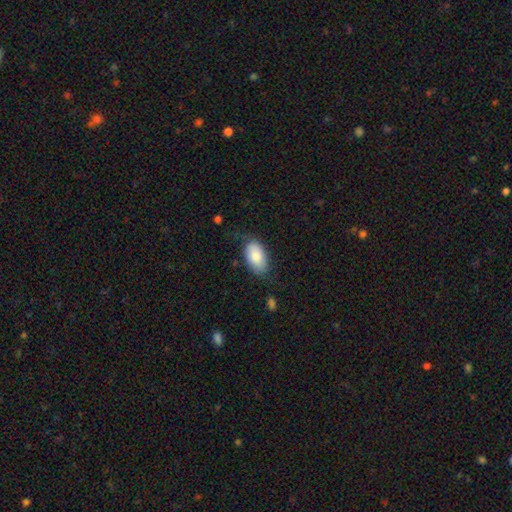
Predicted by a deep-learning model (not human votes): Smooth or featured?
  - smooth: 81% *
  - featured or disk: 13%
  - star or artifact: 6%
How rounded?
  - in between: 94% *
  - round: 5%
  - cigar-shaped: 2%
Merging?
  - none: 62% *
  - minor disturbance: 27%
  - major disturbance: 10%
  - merger: 2%